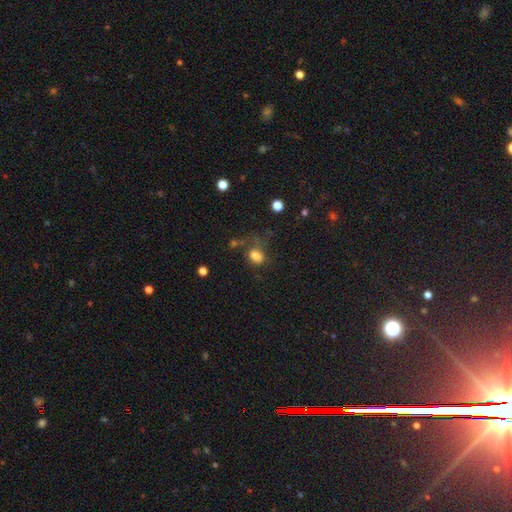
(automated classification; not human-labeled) Smooth or featured? Predicted: smooth (p=0.79). How rounded? Predicted: in between (p=0.56). Merging? Predicted: none (p=0.42).